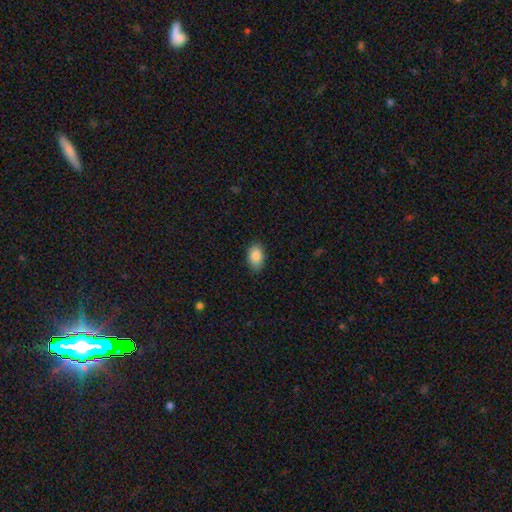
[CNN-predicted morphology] Q: Smooth or featured?
A: smooth (86%); runner-up: star or artifact (7%)
Q: How rounded?
A: in between (91%); runner-up: round (8%)
Q: Merging?
A: none (84%); runner-up: minor disturbance (13%)